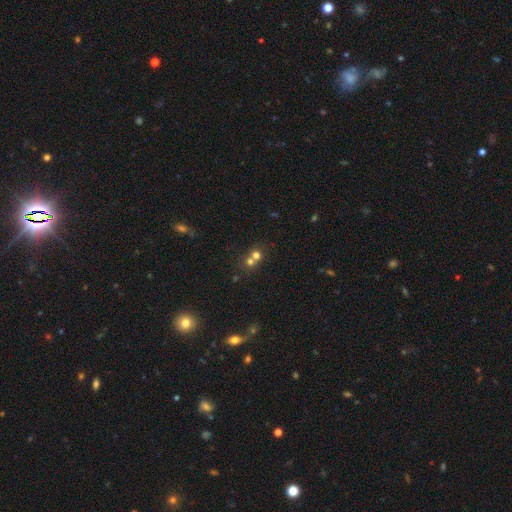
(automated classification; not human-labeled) Overall: smooth (65%). How rounded: round (83%). Merging: merger (55%; none 37%).